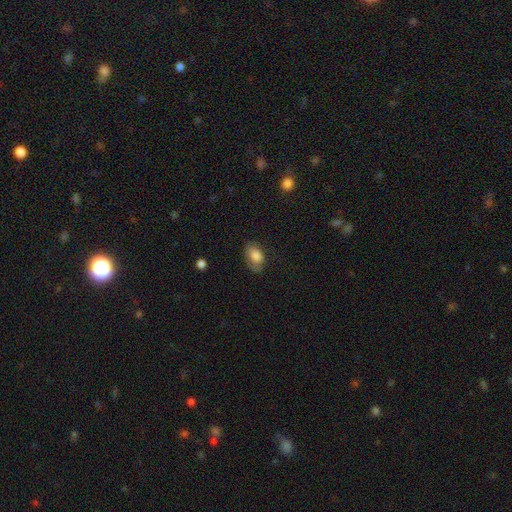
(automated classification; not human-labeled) A smooth galaxy with no disk features (79%) that is in between round and cigar-shaped (89%).

Vote fractions:
- Smooth or featured? smooth: 79% / featured or disk: 13% / star or artifact: 8%
- How rounded? in between: 89% / round: 9% / cigar-shaped: 2%
- Merging? none: 63% / minor disturbance: 26% / major disturbance: 9% / merger: 2%